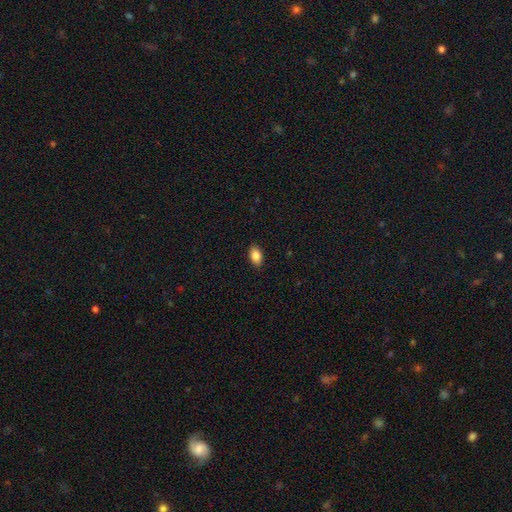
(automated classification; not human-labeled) smooth_or_featured: smooth (p=0.87) [alt: star or artifact p=0.08]
how_rounded: in between (p=0.91) [alt: round p=0.07]
merging: none (p=0.88) [alt: minor disturbance p=0.09]